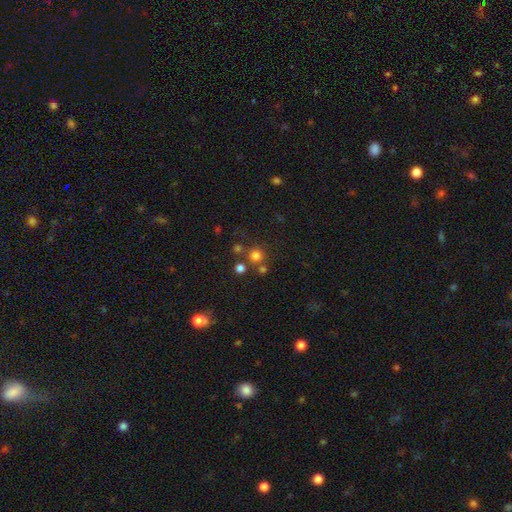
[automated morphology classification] smooth-or-featured: smooth: 74% | star or artifact: 18% | featured or disk: 7%
  how-rounded: round: 93% | in between: 6% | cigar-shaped: 1%
  merging: none: 73% | merger: 16% | minor disturbance: 8% | major disturbance: 4%